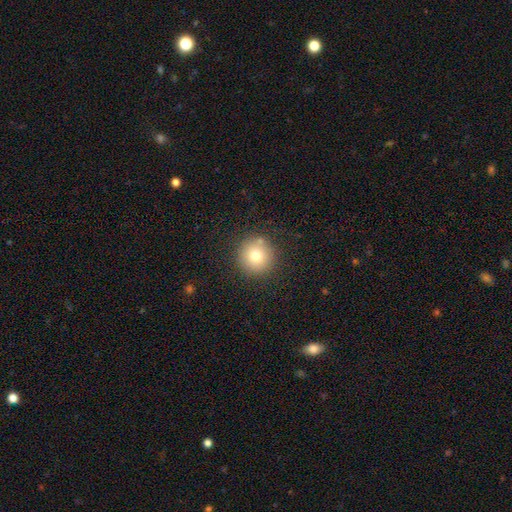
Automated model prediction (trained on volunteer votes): Smooth or featured?
  - smooth: 76% *
  - star or artifact: 12%
  - featured or disk: 11%
How rounded?
  - round: 95% *
  - in between: 4%
  - cigar-shaped: 1%
Merging?
  - none: 86% *
  - minor disturbance: 8%
  - merger: 3%
  - major disturbance: 3%